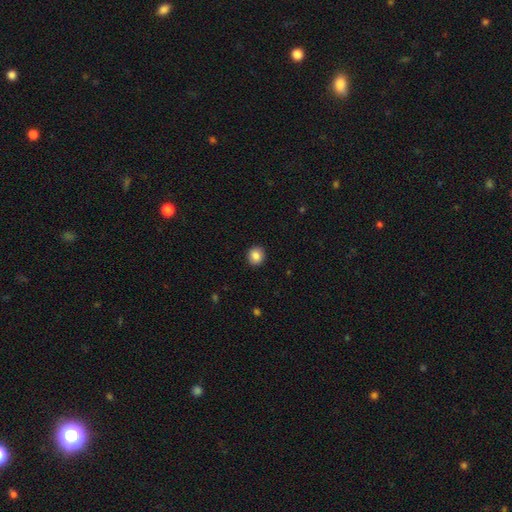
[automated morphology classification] smooth 86%, star or artifact 9%, featured or disk 5%. Down the decision tree: how rounded — round (87%); merging — none (92%).